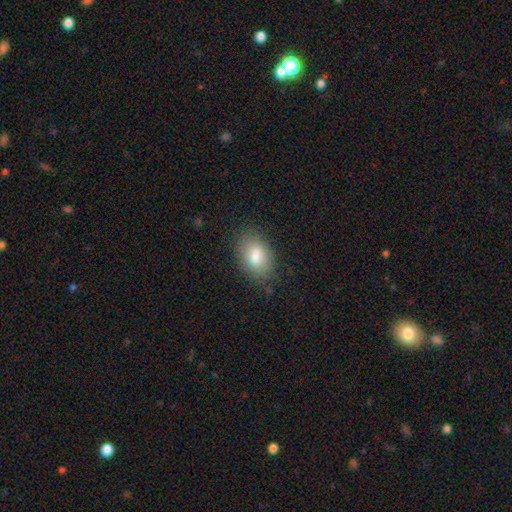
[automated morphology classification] smooth-or-featured: smooth: 83% | featured or disk: 9% | star or artifact: 8%
  how-rounded: in between: 88% | round: 11% | cigar-shaped: 2%
  merging: none: 79% | minor disturbance: 15% | major disturbance: 4% | merger: 1%